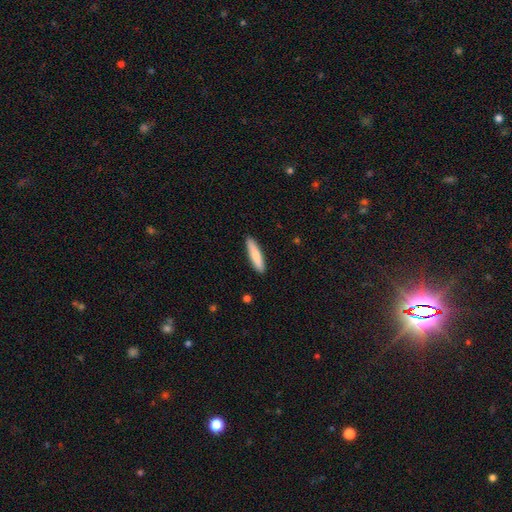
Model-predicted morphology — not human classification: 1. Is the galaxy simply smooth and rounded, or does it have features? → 79% smooth, 15% featured or disk, 5% star or artifact.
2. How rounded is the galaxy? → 82% cigar-shaped, 17% in between, 1% round.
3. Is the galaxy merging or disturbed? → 90% none, 7% minor disturbance, 1% major disturbance, 1% merger.